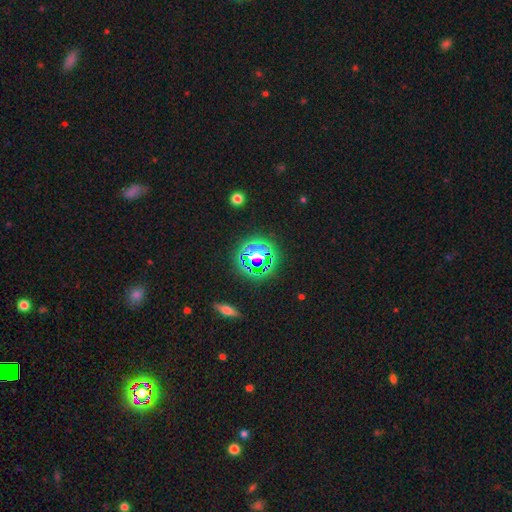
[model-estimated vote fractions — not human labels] A star or artifact, not a galaxy (66%).